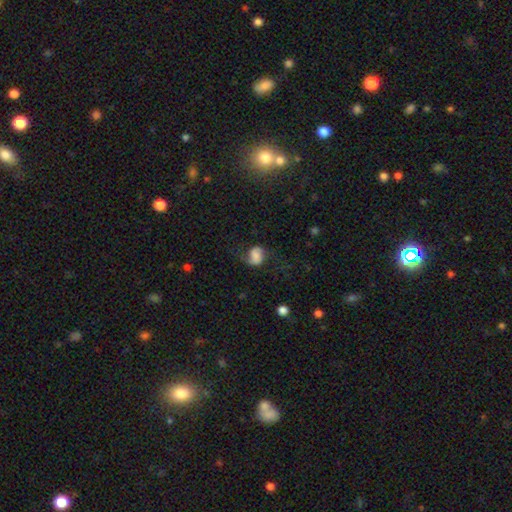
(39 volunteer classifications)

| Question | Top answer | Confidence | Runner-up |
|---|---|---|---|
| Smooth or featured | featured or disk | 49% | smooth (44%) |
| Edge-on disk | no | 89% | yes (11%) |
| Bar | weak | 47% | no (41%) |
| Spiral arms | yes | 94% | no (6%) |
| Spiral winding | medium | 50% | loose (31%) |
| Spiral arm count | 2 | 94% | can't tell (6%) |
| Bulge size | none | 35% | moderate (29%) |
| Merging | none | 64% | minor disturbance (17%) |